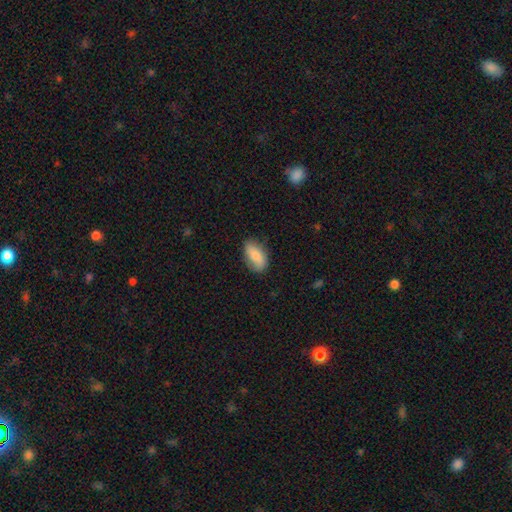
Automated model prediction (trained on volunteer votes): Smooth or featured? Predicted: smooth (p=0.76). How rounded? Predicted: in between (p=0.91). Merging? Predicted: none (p=0.77).